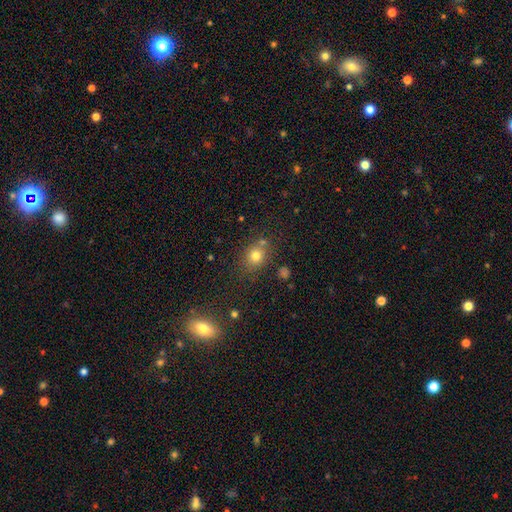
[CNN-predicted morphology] Smooth or featured?
  - smooth: 75% *
  - star or artifact: 16%
  - featured or disk: 9%
How rounded?
  - round: 72% *
  - in between: 27%
  - cigar-shaped: 1%
Merging?
  - none: 71% *
  - minor disturbance: 13%
  - merger: 12%
  - major disturbance: 5%